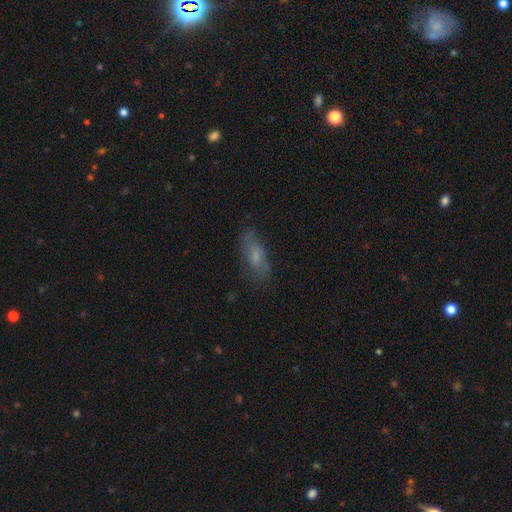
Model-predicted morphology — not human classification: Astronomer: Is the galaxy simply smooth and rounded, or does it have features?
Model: smooth — 57% (runner-up: featured or disk, 34%).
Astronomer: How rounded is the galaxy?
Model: in between — 70%.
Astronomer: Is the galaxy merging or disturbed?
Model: none — 70%.